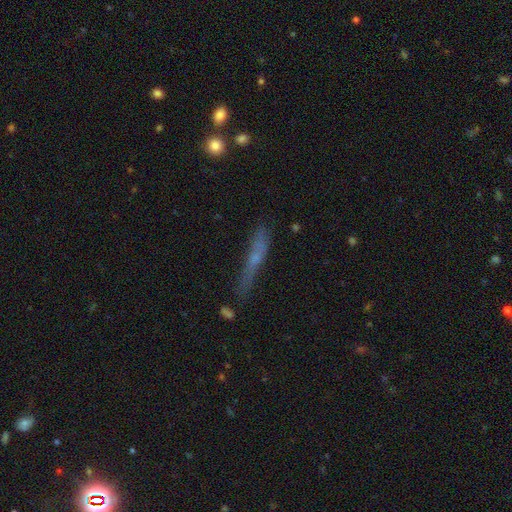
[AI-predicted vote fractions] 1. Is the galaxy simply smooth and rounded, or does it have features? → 44% featured or disk, 43% smooth, 13% star or artifact.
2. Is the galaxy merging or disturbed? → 63% none, 23% minor disturbance, 9% major disturbance, 5% merger.